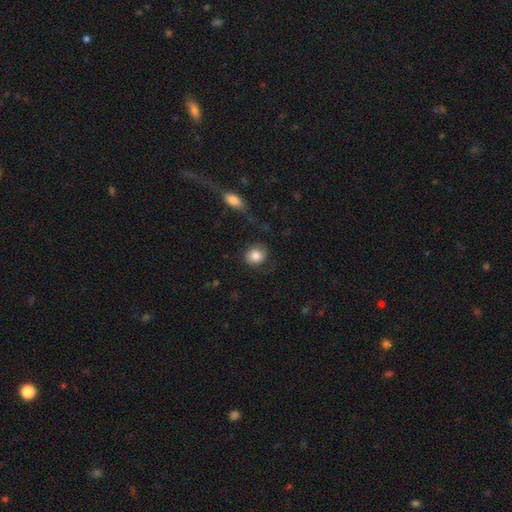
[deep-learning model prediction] This appears to be a smooth galaxy with no disk features (81%) that is round (77%). Merging: none (72%).